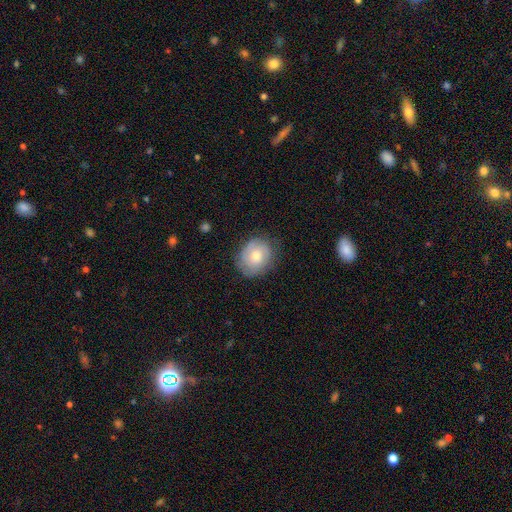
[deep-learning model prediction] Overall: smooth (51%; featured or disk 42%). How rounded: round (63%; in between 36%). Merging: none (74%).